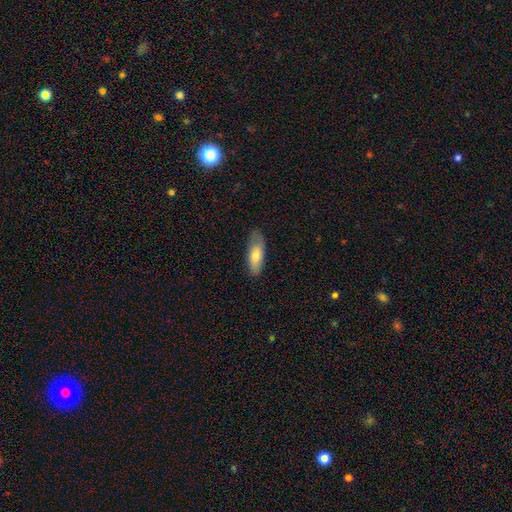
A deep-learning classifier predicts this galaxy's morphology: A smooth galaxy with no disk features (72%) that is in between round and cigar-shaped (64%).

Vote fractions:
- Smooth or featured? smooth: 72% / featured or disk: 21% / star or artifact: 6%
- How rounded? in between: 64% / cigar-shaped: 34% / round: 2%
- Merging? none: 73% / minor disturbance: 21% / major disturbance: 4% / merger: 1%